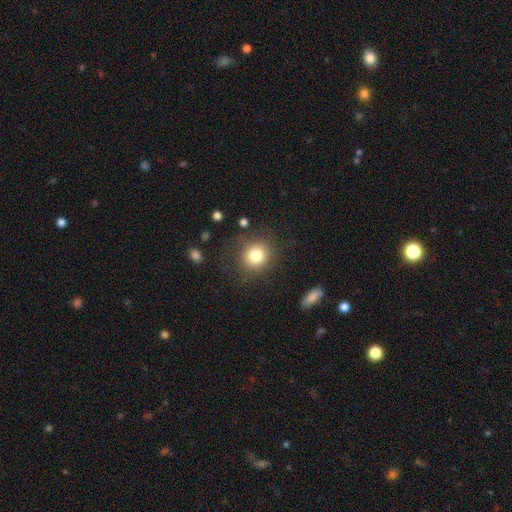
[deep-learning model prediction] Smooth or featured: smooth — 81% (star or artifact — 11%)
How rounded: round — 83% (in between — 16%)
Merging: none — 83% (minor disturbance — 10%)